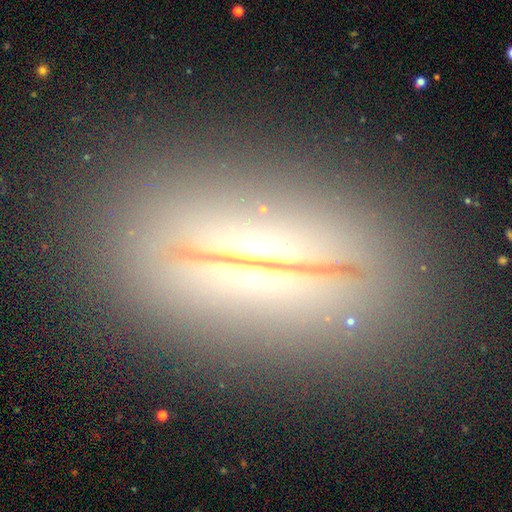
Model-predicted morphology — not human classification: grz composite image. It shows a featured or disk galaxy (57%) viewed edge-on (76%). Merging: none (84%).